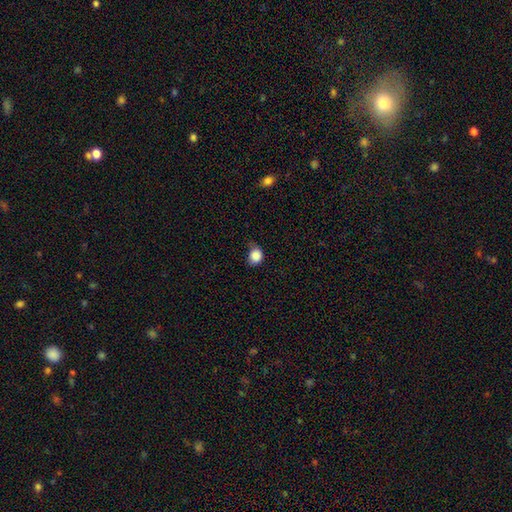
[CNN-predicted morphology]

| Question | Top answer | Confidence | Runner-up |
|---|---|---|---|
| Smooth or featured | smooth | 87% | star or artifact (9%) |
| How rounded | round | 65% | in between (34%) |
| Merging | none | 53% | minor disturbance (36%) |